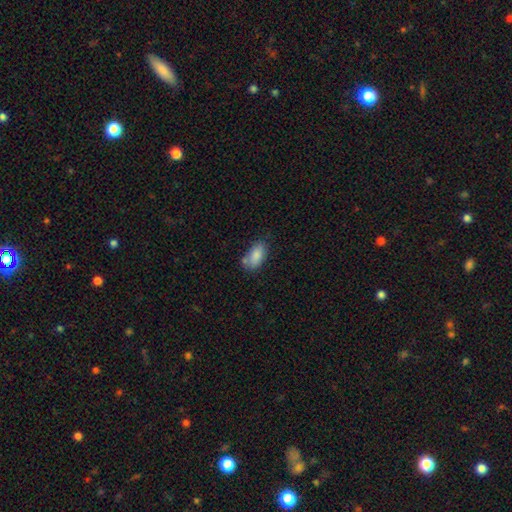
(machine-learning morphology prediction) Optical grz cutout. It shows a smooth galaxy with no disk features (84%) that is in between round and cigar-shaped (92%). Merging: none (60%).